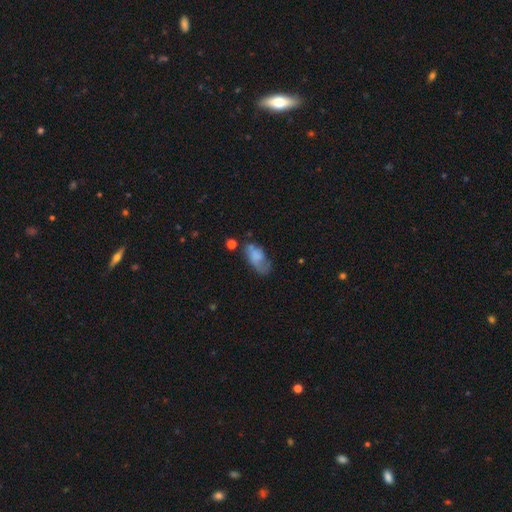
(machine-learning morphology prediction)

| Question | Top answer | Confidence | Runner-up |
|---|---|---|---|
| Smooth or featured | smooth | 58% | featured or disk (33%) |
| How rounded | in between | 90% | round (5%) |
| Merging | none | 38% | minor disturbance (29%) |